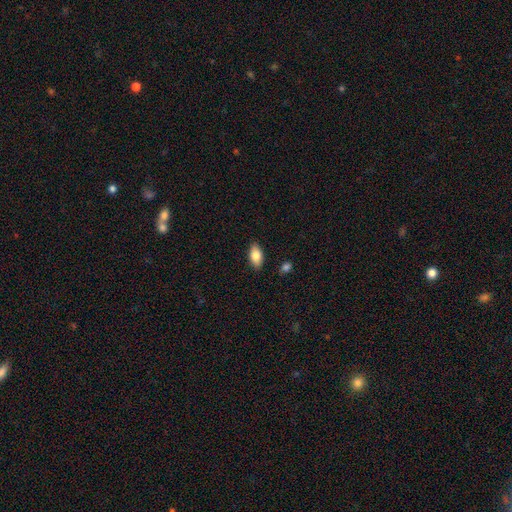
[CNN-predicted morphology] Overall: smooth (81%). How rounded: in between (91%). Merging: none (87%).